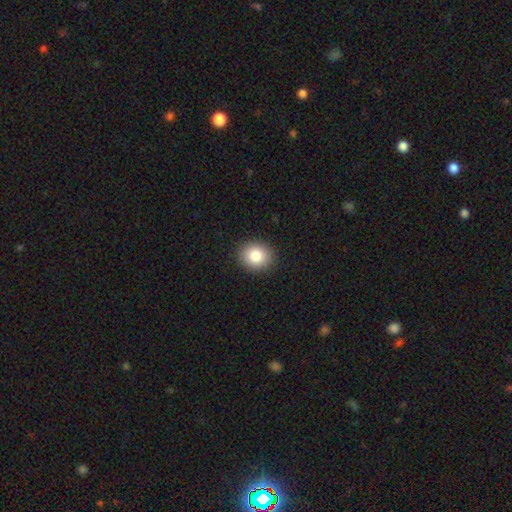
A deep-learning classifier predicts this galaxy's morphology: smooth_or_featured: smooth (p=0.84) [alt: star or artifact p=0.09]
how_rounded: round (p=0.70) [alt: in between p=0.29]
merging: none (p=0.91) [alt: minor disturbance p=0.06]